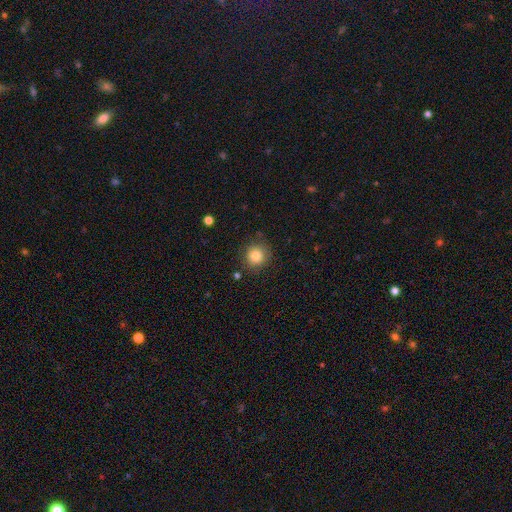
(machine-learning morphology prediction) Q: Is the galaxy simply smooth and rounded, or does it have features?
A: smooth — 83%.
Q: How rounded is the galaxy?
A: round — 91%.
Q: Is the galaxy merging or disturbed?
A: none — 86%.